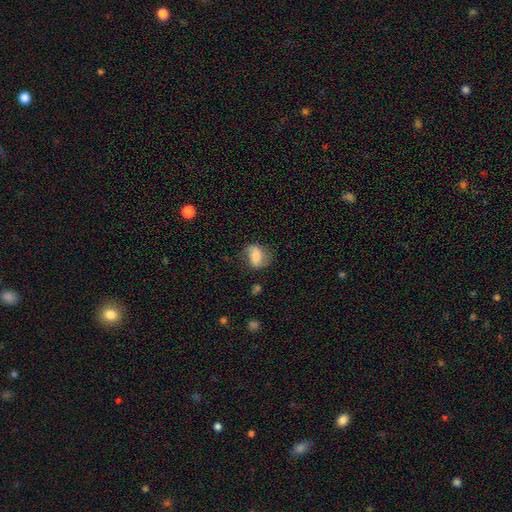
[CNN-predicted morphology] Smooth or featured? Predicted: smooth (p=0.56). How rounded? Predicted: in between (p=0.67). Merging? Predicted: none (p=0.64).